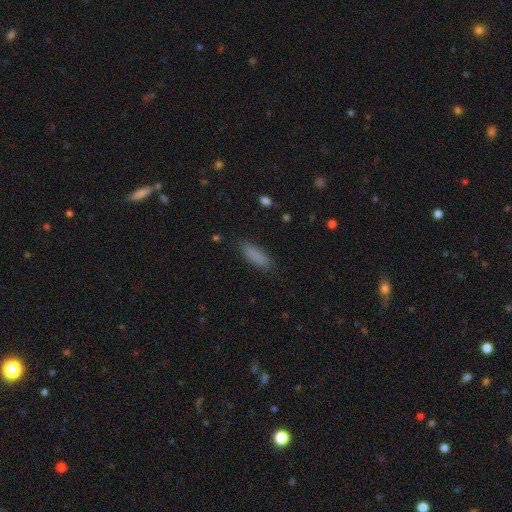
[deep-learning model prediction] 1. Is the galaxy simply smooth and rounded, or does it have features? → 87% smooth, 8% star or artifact, 5% featured or disk.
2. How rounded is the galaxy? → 50% cigar-shaped, 49% in between, 2% round.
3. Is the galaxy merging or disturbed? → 86% none, 10% minor disturbance, 2% major disturbance, 1% merger.